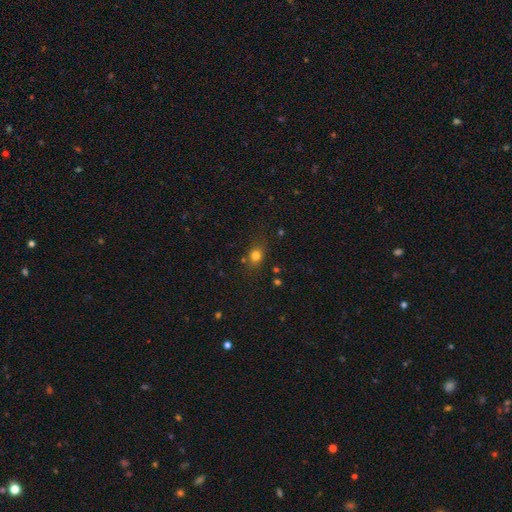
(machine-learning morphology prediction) This appears to be a smooth galaxy with no disk features (77%) that is round (59%). Merging: none (77%).